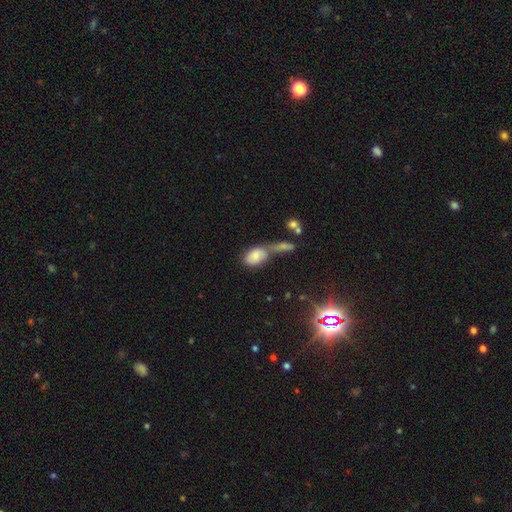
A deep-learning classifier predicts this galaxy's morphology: The model was most divided on "merging": merger: 42%, none: 32%, minor disturbance: 16%, major disturbance: 10%. More confident: how rounded — in between (86%); smooth or featured — smooth (67%).